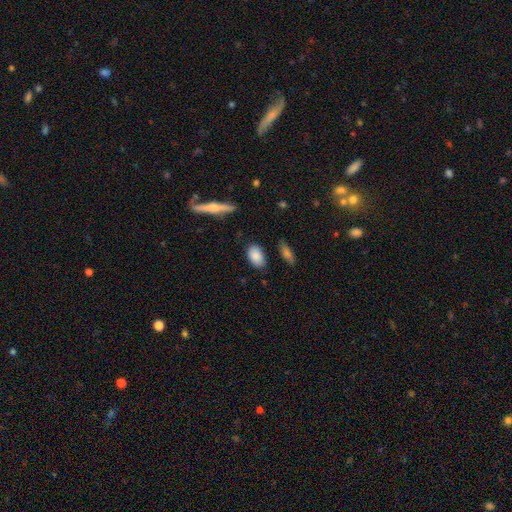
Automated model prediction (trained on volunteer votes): Smooth or featured? Predicted: smooth (p=0.87). How rounded? Predicted: in between (p=0.91). Merging? Predicted: none (p=0.82).